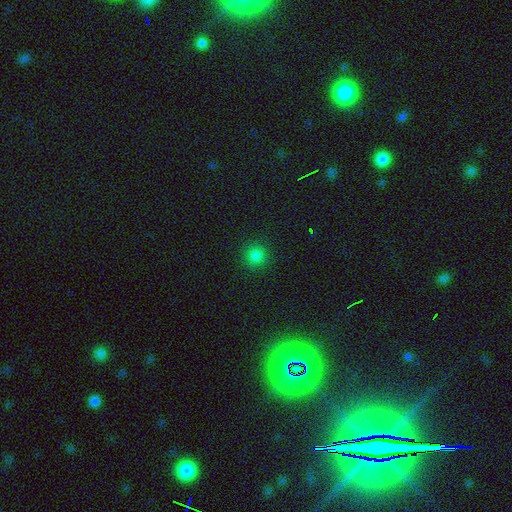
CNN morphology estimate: smooth_or_featured: smooth (p=0.82) [alt: star or artifact p=0.15]
how_rounded: round (p=0.93) [alt: in between p=0.06]
merging: none (p=0.91) [alt: minor disturbance p=0.06]